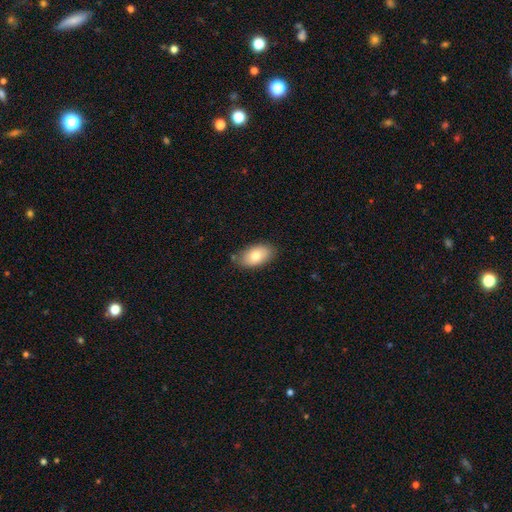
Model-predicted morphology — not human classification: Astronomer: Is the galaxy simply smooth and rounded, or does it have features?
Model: smooth — 79%.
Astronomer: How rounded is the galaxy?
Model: in between — 93%.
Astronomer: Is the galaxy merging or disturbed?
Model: none — 81%.